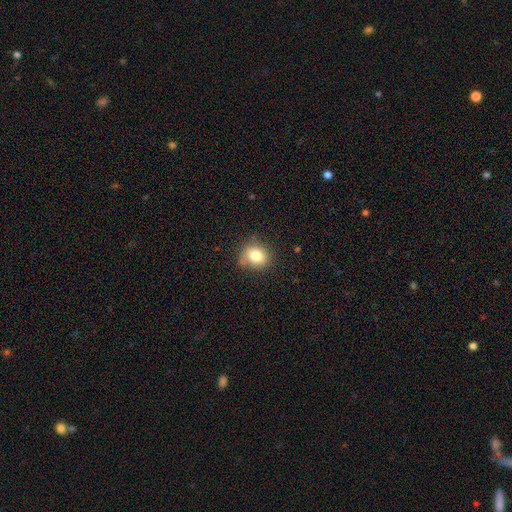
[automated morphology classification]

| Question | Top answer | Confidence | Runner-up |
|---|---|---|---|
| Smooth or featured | smooth | 80% | star or artifact (11%) |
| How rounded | round | 69% | in between (30%) |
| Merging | none | 73% | minor disturbance (19%) |